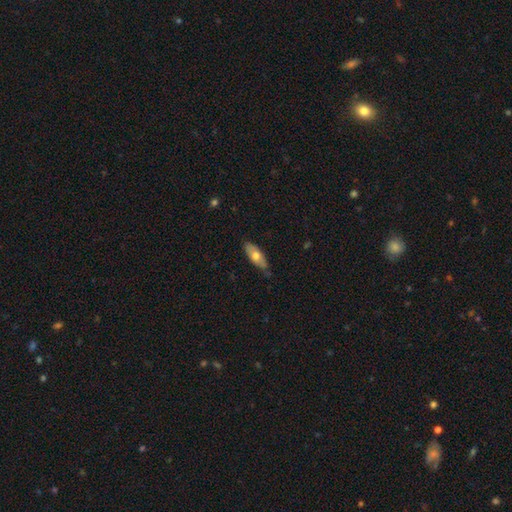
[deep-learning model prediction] Q: Smooth or featured?
A: smooth (62%); runner-up: featured or disk (33%)
Q: How rounded?
A: in between (70%); runner-up: cigar-shaped (27%)
Q: Merging?
A: none (75%); runner-up: minor disturbance (21%)